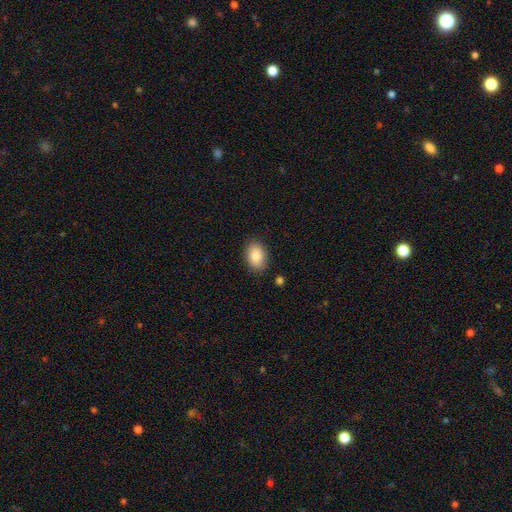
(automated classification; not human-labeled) smooth_or_featured: smooth (p=0.86) [alt: star or artifact p=0.07]
how_rounded: in between (p=0.83) [alt: round p=0.16]
merging: none (p=0.86) [alt: minor disturbance p=0.10]